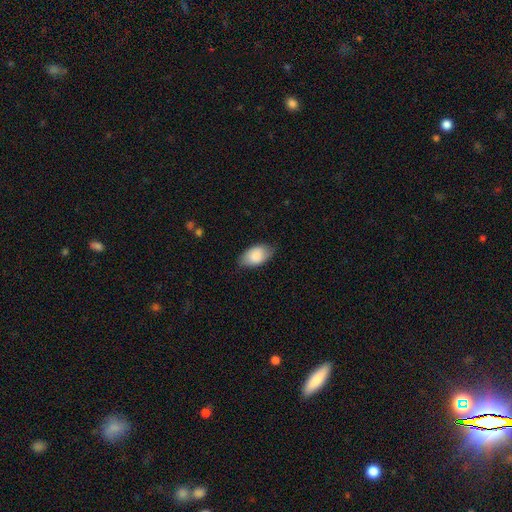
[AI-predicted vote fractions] A smooth galaxy with no disk features (85%) that is in between round and cigar-shaped (94%). Merging: none (75%).